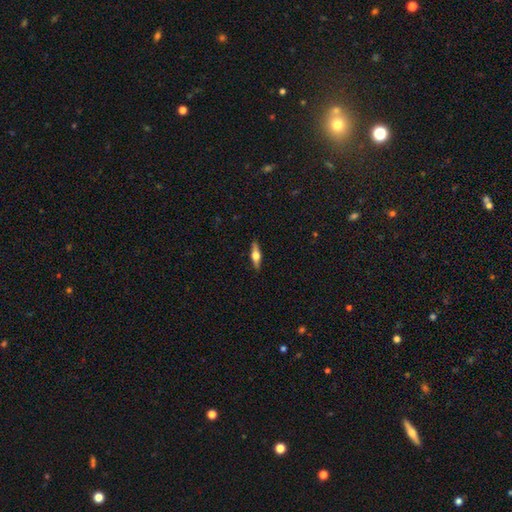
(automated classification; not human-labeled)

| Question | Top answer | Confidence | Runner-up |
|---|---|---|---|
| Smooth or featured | featured or disk | 54% | smooth (40%) |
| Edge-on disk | yes | 94% | no (6%) |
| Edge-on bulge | rounded | 93% | boxy (5%) |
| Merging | none | 89% | minor disturbance (8%) |